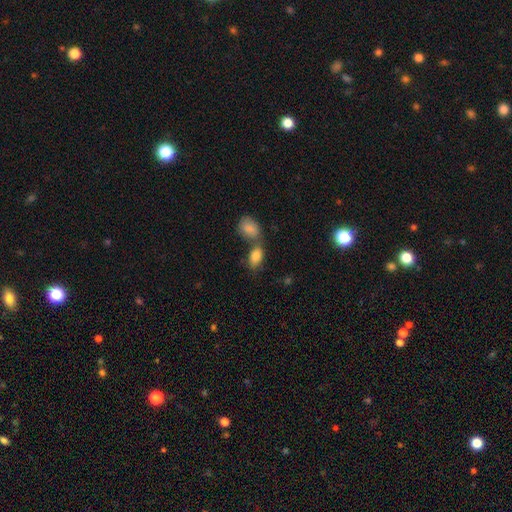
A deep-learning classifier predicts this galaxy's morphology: The model was most divided on "merging": merger: 45%, none: 40%, minor disturbance: 11%, major disturbance: 4%. More confident: how rounded — in between (89%); smooth or featured — smooth (85%).